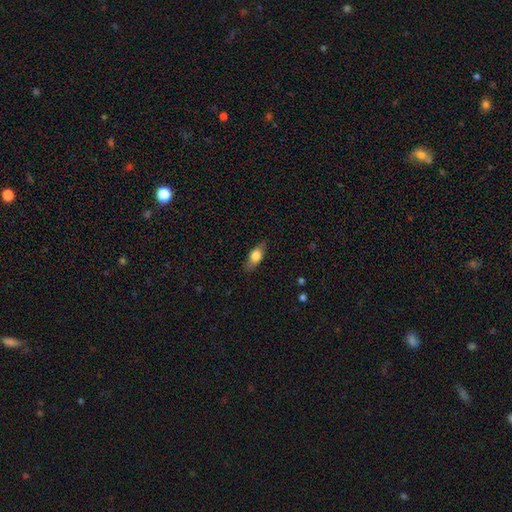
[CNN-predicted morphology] type=smooth (66%); roundness=in between (73%); merging=none (81%).